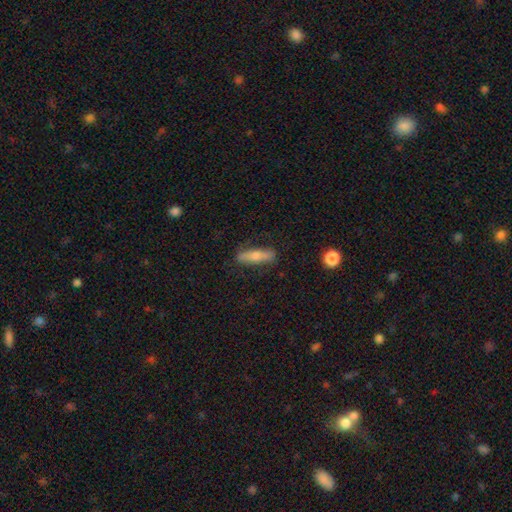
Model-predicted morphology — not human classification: Q: Smooth or featured?
A: smooth (54%); runner-up: featured or disk (38%)
Q: How rounded?
A: cigar-shaped (76%); runner-up: in between (21%)
Q: Merging?
A: none (85%); runner-up: minor disturbance (11%)